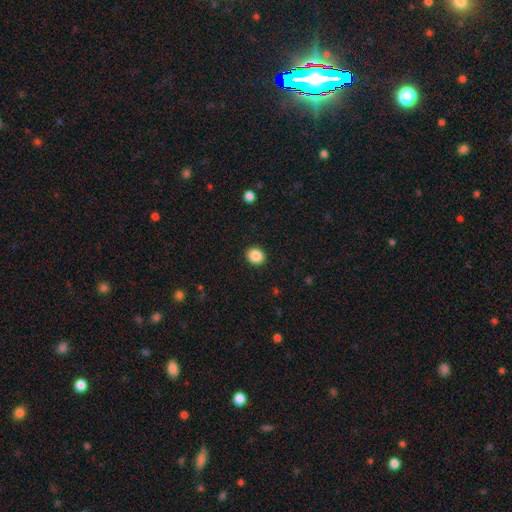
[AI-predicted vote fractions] smooth-or-featured: smooth: 88% | star or artifact: 9% | featured or disk: 3%
  how-rounded: round: 73% | in between: 26% | cigar-shaped: 1%
  merging: none: 91% | minor disturbance: 6% | major disturbance: 2% | merger: 1%